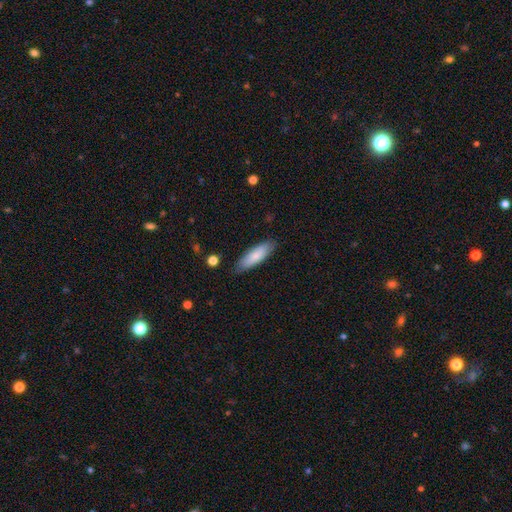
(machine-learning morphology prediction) Q: Smooth or featured?
A: smooth (79%); runner-up: featured or disk (15%)
Q: How rounded?
A: cigar-shaped (50%); runner-up: in between (49%)
Q: Merging?
A: none (83%); runner-up: minor disturbance (13%)